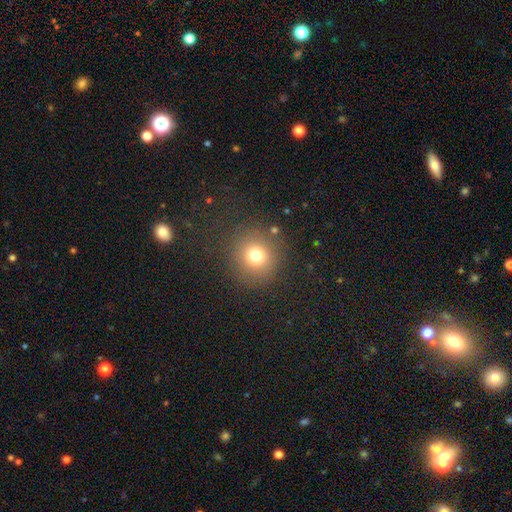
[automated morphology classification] Q: Smooth or featured?
A: smooth (75%); runner-up: star or artifact (16%)
Q: How rounded?
A: round (91%); runner-up: in between (8%)
Q: Merging?
A: none (85%); runner-up: minor disturbance (8%)